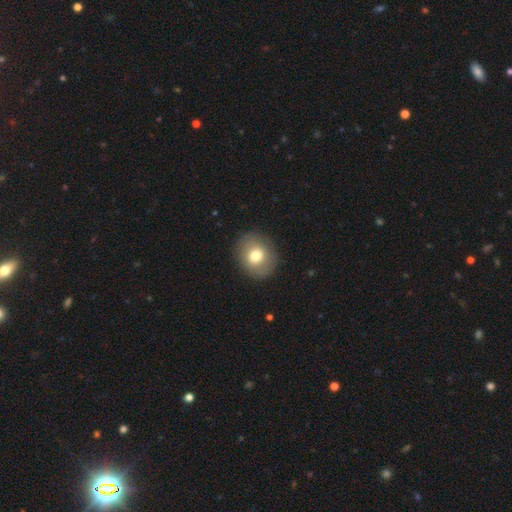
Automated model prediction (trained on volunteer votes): Overall: smooth (70%). How rounded: round (73%). Merging: none (87%).